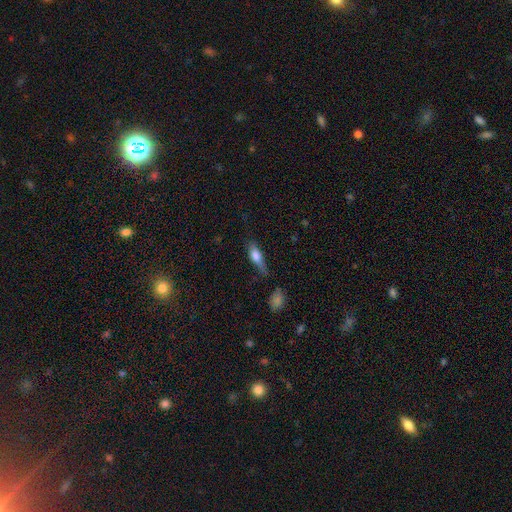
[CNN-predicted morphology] smooth_or_featured: smooth (p=0.67) [alt: featured or disk p=0.25]
how_rounded: in between (p=0.50) [alt: cigar-shaped p=0.47]
merging: none (p=0.53) [alt: minor disturbance p=0.30]